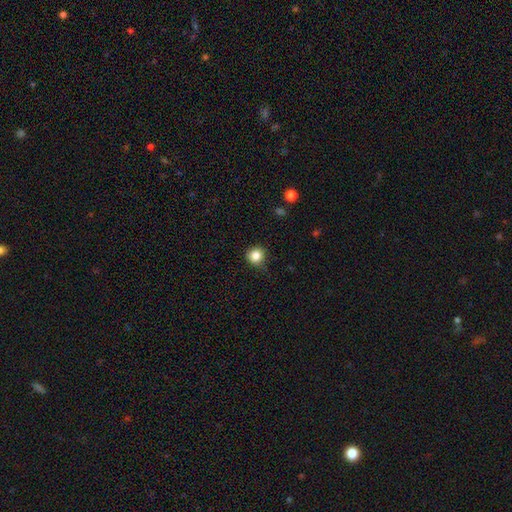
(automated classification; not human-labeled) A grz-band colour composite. It shows a smooth galaxy with no disk features (84%) that is round (91%). Merging: none (78%).